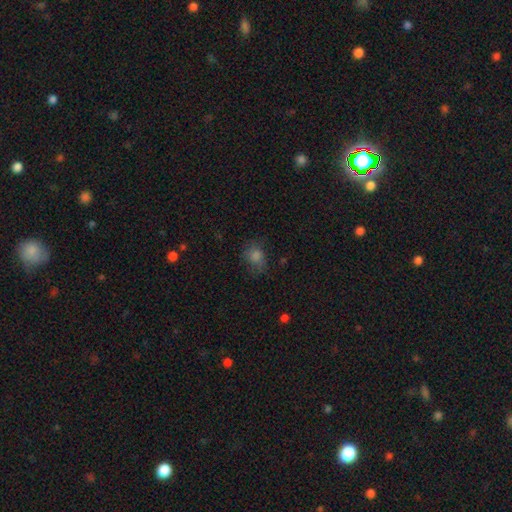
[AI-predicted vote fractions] A smooth galaxy with no disk features (68%) that is round (55%).

Vote fractions:
- Smooth or featured? smooth: 68% / star or artifact: 19% / featured or disk: 14%
- How rounded? round: 55% / in between: 44% / cigar-shaped: 1%
- Merging? none: 62% / minor disturbance: 23% / major disturbance: 13% / merger: 2%